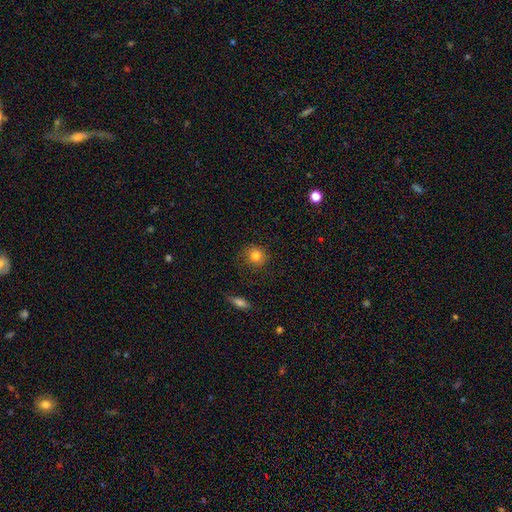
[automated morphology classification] Smooth or featured? Predicted: smooth (p=0.81). How rounded? Predicted: round (p=0.88). Merging? Predicted: none (p=0.84).